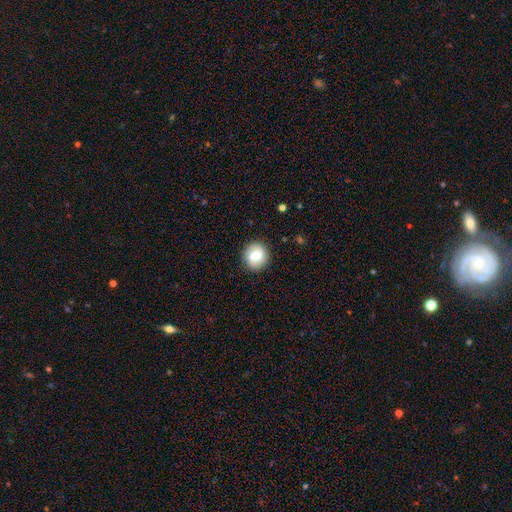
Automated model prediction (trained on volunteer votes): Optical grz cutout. It shows a smooth galaxy with no disk features (78%) that is round (84%). Merging: none (85%).